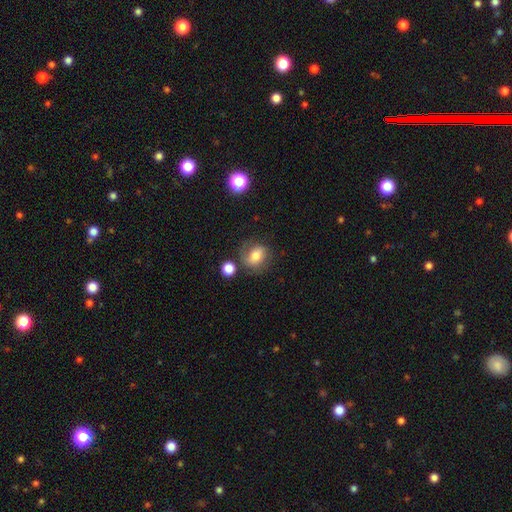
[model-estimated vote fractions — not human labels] Morphology: type=smooth (57%); roundness=round (53%); merging=none (60%).